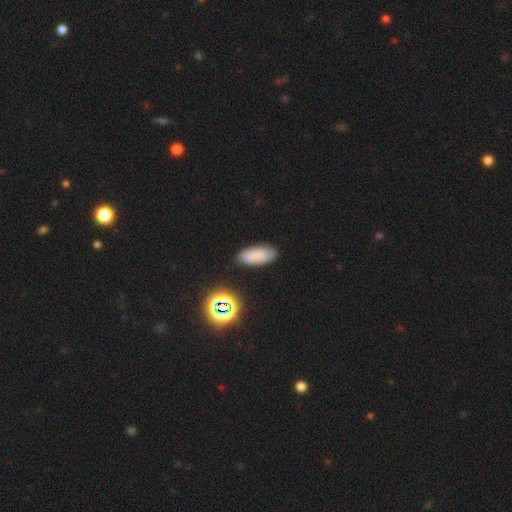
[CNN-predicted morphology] This appears to be a smooth galaxy with no disk features (71%) that is in between round and cigar-shaped (90%). Merging: none (75%).